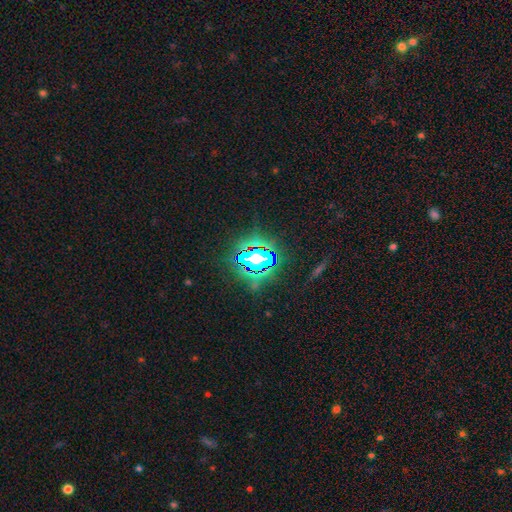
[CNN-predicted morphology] A star or artifact, not a galaxy (67%).

Vote fractions:
- Smooth or featured? star or artifact: 67% / smooth: 20% / featured or disk: 13%